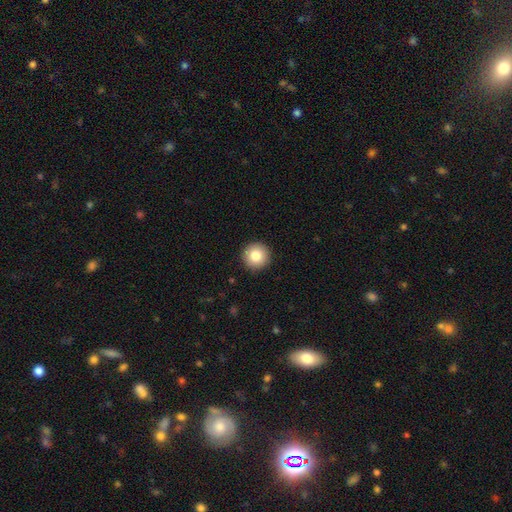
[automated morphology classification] Smooth or featured: smooth — 82% (star or artifact — 10%)
How rounded: round — 96% (in between — 3%)
Merging: none — 93% (minor disturbance — 5%)